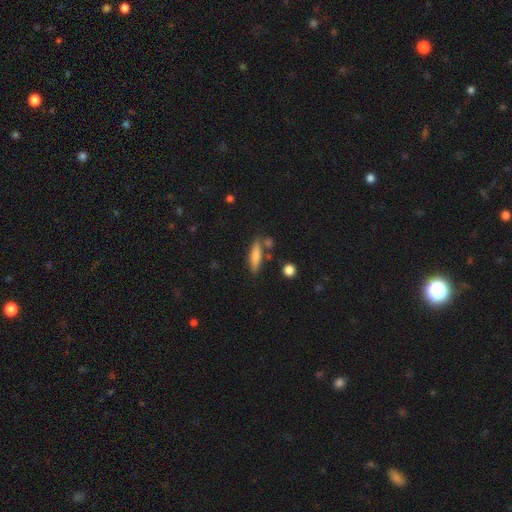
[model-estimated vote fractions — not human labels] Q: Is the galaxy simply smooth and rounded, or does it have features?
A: smooth — 71%.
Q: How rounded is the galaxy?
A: cigar-shaped — 67%.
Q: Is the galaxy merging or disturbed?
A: none — 74%.